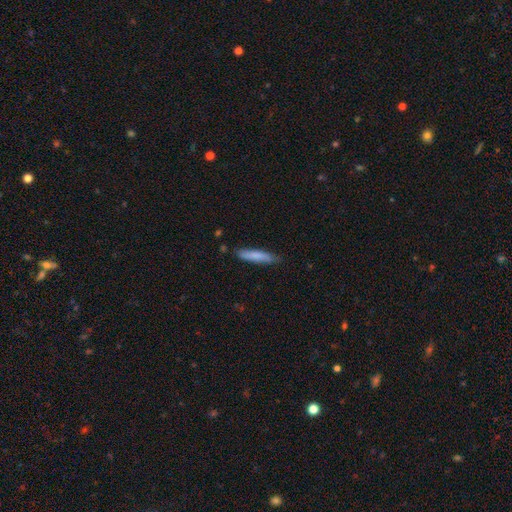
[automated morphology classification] smooth_or_featured: smooth (p=0.79) [alt: featured or disk p=0.16]
how_rounded: cigar-shaped (p=0.87) [alt: in between p=0.12]
merging: none (p=0.81) [alt: minor disturbance p=0.15]